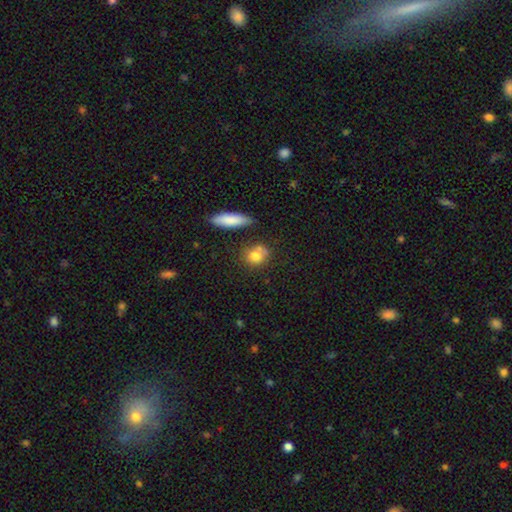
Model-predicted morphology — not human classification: smooth_or_featured: smooth (p=0.79) [alt: featured or disk p=0.12]
how_rounded: round (p=0.59) [alt: in between p=0.35]
merging: none (p=0.59) [alt: minor disturbance p=0.18]